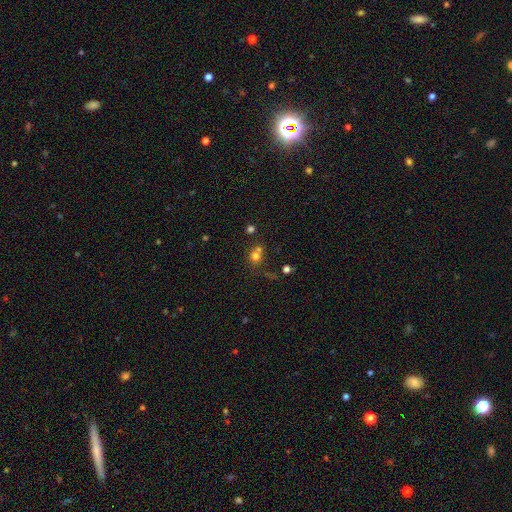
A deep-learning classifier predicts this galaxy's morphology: This is likely a smooth galaxy (71%). How rounded: clearly round (81%). Merging: possibly none (47%).